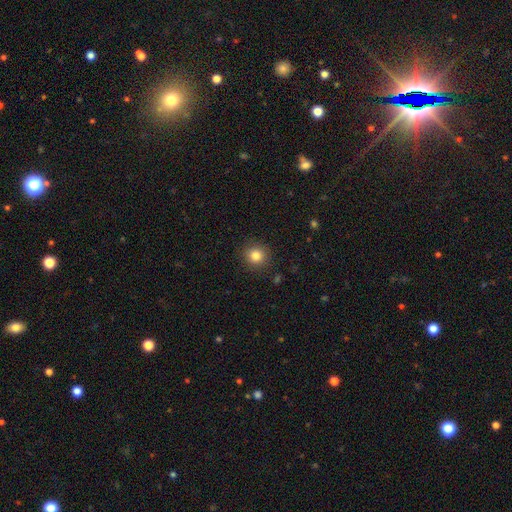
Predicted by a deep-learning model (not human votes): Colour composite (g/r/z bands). It shows a smooth galaxy with no disk features (83%) that is round (92%). Merging: none (90%).